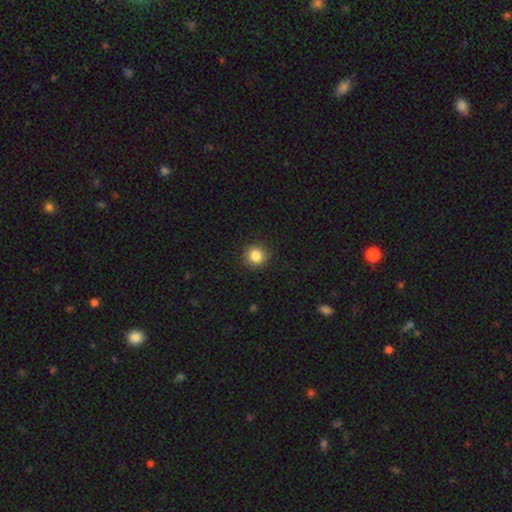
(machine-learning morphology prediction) The model was most divided on "smooth or featured": smooth: 85%, star or artifact: 10%, featured or disk: 4%. More confident: how rounded — round (94%); merging — none (92%).